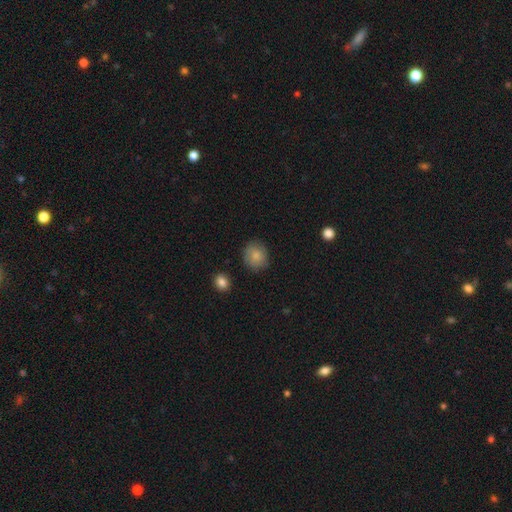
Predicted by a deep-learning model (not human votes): smooth-or-featured: smooth: 82% | featured or disk: 10% | star or artifact: 8%
  how-rounded: round: 80% | in between: 19% | cigar-shaped: 1%
  merging: none: 82% | minor disturbance: 13% | major disturbance: 3% | merger: 2%